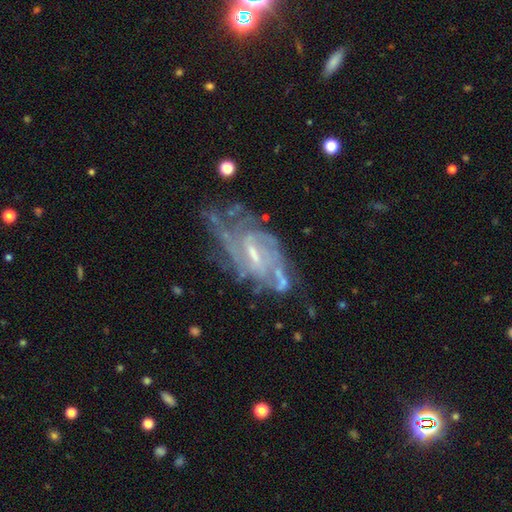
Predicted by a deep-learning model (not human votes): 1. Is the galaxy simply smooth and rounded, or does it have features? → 85% featured or disk, 8% star or artifact, 7% smooth.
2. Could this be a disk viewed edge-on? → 94% no, 6% yes.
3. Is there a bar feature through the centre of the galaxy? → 55% weak, 24% no, 21% strong.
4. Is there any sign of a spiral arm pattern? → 89% yes, 11% no.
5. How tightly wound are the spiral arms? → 50% tight, 38% medium, 12% loose.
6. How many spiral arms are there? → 41% can't tell, 20% 2, 16% 3, 13% 4, 5% more than 4, 5% 1.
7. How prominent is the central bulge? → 57% small, 31% moderate, 9% none, 2% large, 1% dominant.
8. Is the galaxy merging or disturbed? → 51% none, 25% minor disturbance, 18% major disturbance, 6% merger.